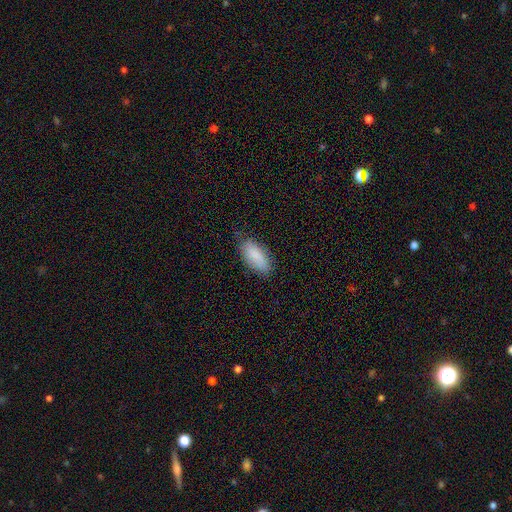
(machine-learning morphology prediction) Smooth or featured? smooth (85%)
How rounded? in between (85%)
Merging? none (76%)